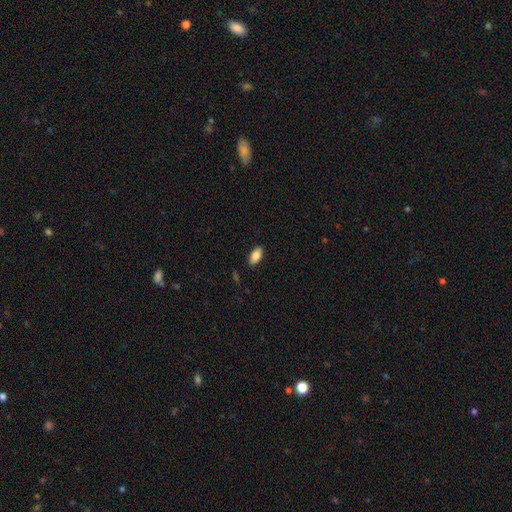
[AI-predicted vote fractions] Smooth or featured? smooth (84%)
How rounded? in between (90%)
Merging? none (88%)